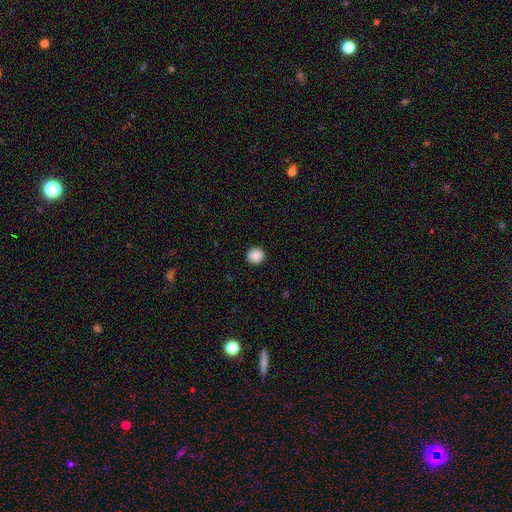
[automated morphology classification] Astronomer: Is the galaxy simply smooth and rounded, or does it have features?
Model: smooth — 88%.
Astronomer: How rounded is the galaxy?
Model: round — 93%.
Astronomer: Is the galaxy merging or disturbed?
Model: none — 93%.